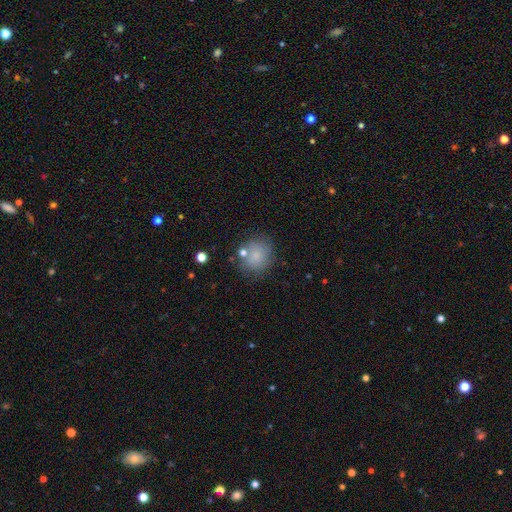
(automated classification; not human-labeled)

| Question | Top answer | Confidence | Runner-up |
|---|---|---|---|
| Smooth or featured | smooth | 78% | featured or disk (11%) |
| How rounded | round | 77% | in between (21%) |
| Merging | none | 71% | minor disturbance (15%) |